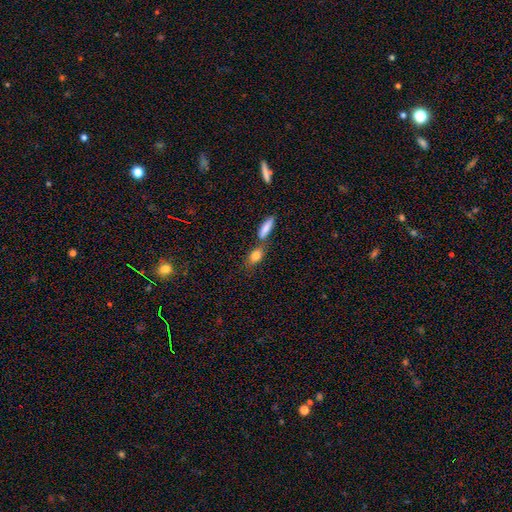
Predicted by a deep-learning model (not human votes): Smooth or featured: smooth — 82% (featured or disk — 10%)
How rounded: in between — 77% (cigar-shaped — 12%)
Merging: none — 50% (merger — 35%)